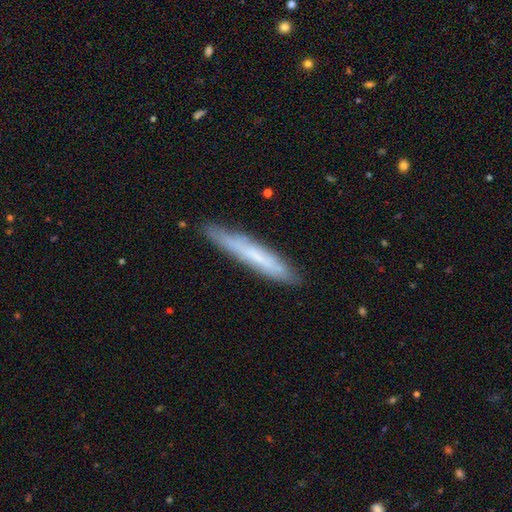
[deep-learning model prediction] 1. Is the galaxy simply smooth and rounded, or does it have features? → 55% smooth, 39% featured or disk, 7% star or artifact.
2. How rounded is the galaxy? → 94% cigar-shaped, 5% in between, 1% round.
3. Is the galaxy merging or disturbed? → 83% none, 13% minor disturbance, 2% major disturbance, 1% merger.